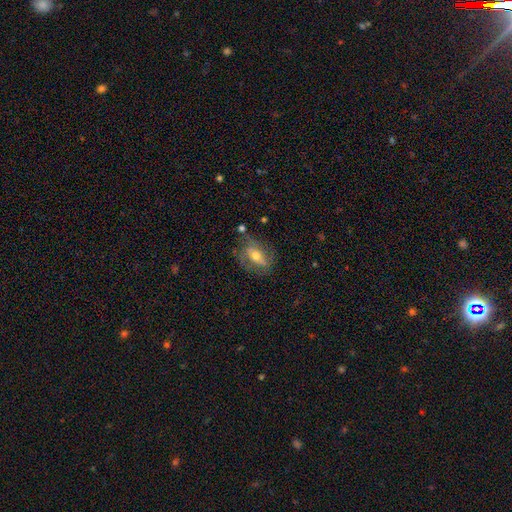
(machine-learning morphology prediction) Smooth or featured: featured or disk — 60% (smooth — 31%)
Edge-on disk: no — 90% (yes — 10%)
Bar: no — 40% (weak — 34%)
Spiral arms: yes — 70% (no — 30%)
Bulge size: moderate — 67% (small — 25%)
Merging: none — 62% (minor disturbance — 22%)